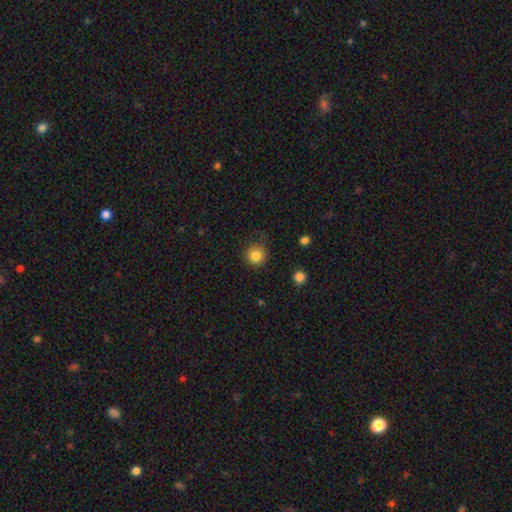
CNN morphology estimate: smooth-or-featured: smooth: 84% | star or artifact: 11% | featured or disk: 5%
  how-rounded: round: 93% | in between: 6% | cigar-shaped: 1%
  merging: none: 81% | minor disturbance: 13% | major disturbance: 4% | merger: 1%